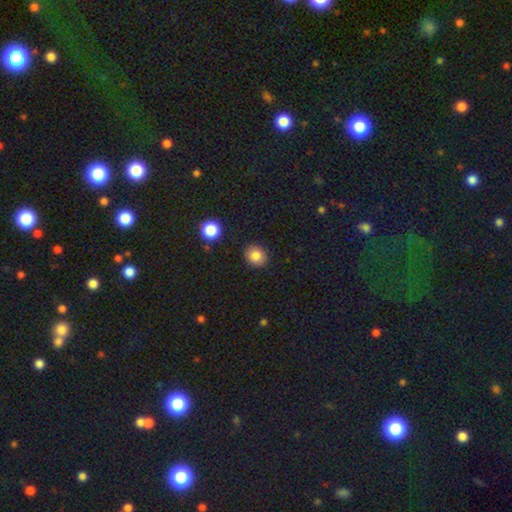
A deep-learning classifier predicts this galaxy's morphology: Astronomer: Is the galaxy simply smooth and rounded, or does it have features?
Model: smooth — 83%.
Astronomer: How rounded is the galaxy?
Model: round — 71%.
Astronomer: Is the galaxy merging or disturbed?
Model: none — 89%.